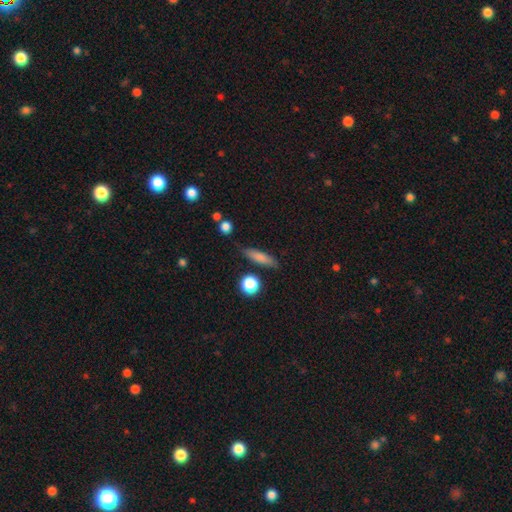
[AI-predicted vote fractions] Smooth or featured?
  - smooth: 70% *
  - featured or disk: 21%
  - star or artifact: 10%
How rounded?
  - cigar-shaped: 72% *
  - in between: 23%
  - round: 5%
Merging?
  - none: 83% *
  - minor disturbance: 11%
  - merger: 3%
  - major disturbance: 3%